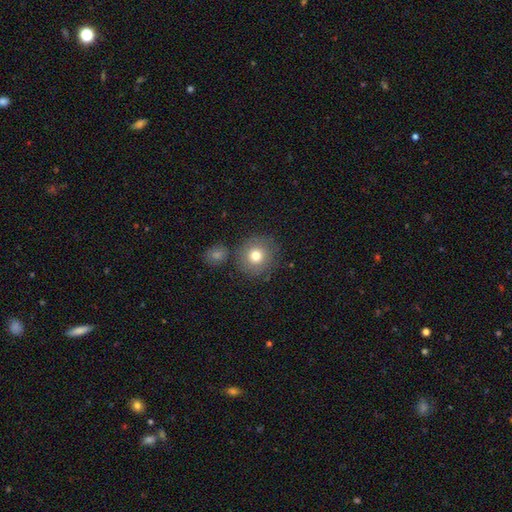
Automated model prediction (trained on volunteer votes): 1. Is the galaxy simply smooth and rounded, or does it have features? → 78% smooth, 12% featured or disk, 10% star or artifact.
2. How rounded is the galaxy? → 90% round, 9% in between, 1% cigar-shaped.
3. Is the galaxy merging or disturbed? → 77% none, 10% minor disturbance, 9% merger, 4% major disturbance.